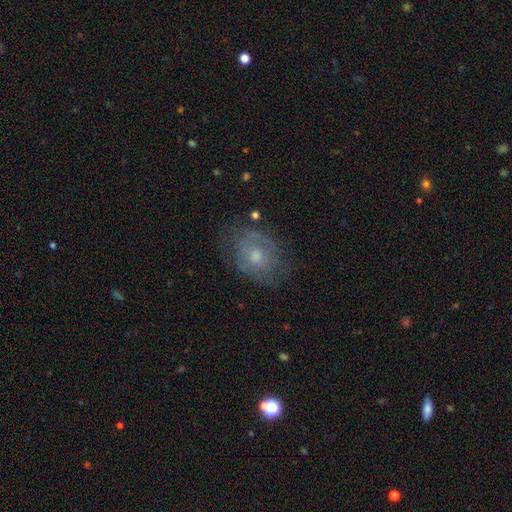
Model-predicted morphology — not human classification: Overall: featured or disk (51%; smooth 37%). Edge-on disk: no (95%). Merging: none (68%).